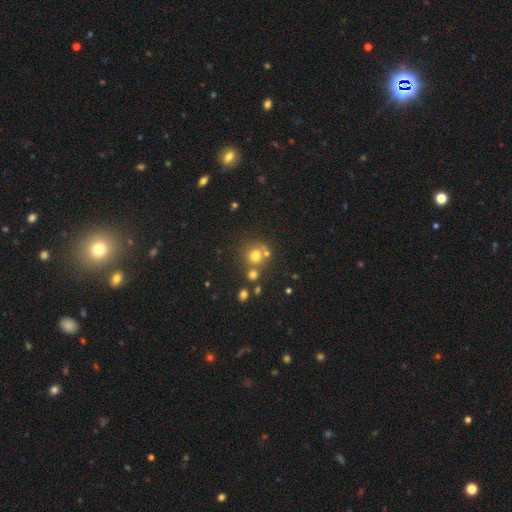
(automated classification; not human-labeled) This is likely a smooth galaxy (70%). How rounded: clearly round (85%). Merging: possibly none (57%).